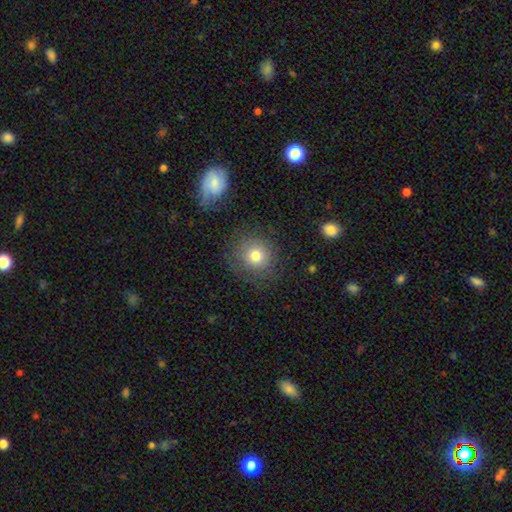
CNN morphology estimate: Smooth or featured: smooth — 75% (featured or disk — 13%)
How rounded: round — 90% (in between — 9%)
Merging: none — 81% (minor disturbance — 12%)